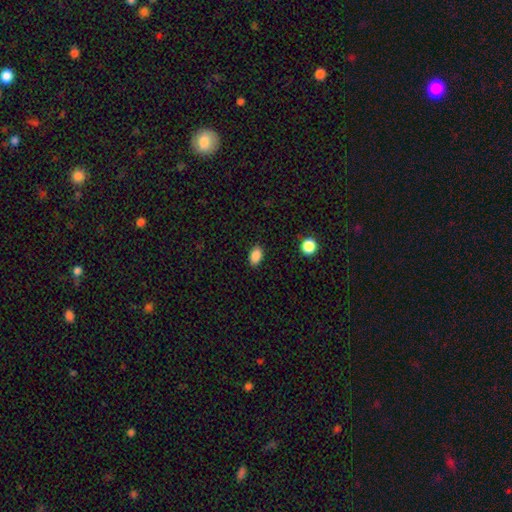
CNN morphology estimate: A smooth galaxy with no disk features (88%) that is in between round and cigar-shaped (86%).

Vote fractions:
- Smooth or featured? smooth: 88% / star or artifact: 9% / featured or disk: 3%
- How rounded? in between: 86% / round: 12% / cigar-shaped: 1%
- Merging? none: 88% / minor disturbance: 8% / major disturbance: 2% / merger: 1%